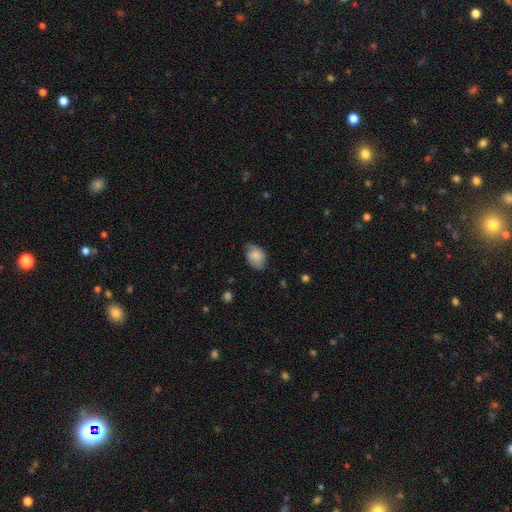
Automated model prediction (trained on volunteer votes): Q: Smooth or featured?
A: smooth (77%); runner-up: featured or disk (16%)
Q: How rounded?
A: in between (80%); runner-up: round (18%)
Q: Merging?
A: none (58%); runner-up: minor disturbance (32%)